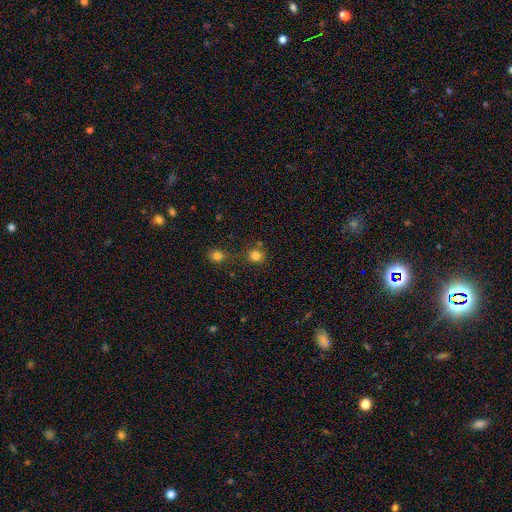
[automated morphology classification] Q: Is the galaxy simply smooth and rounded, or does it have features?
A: smooth — 81%.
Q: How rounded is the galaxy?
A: round — 90%.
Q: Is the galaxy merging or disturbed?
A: none — 71%.